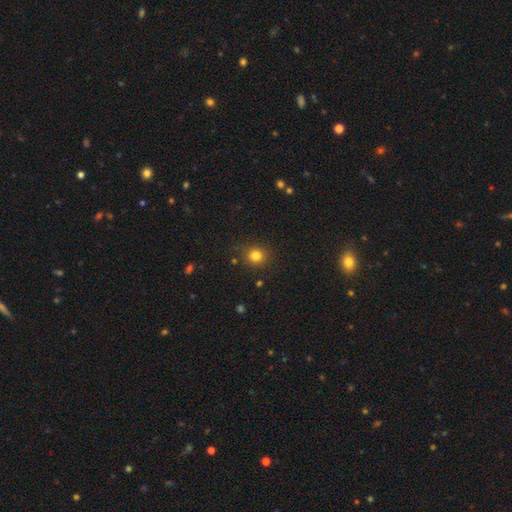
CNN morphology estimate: Overall: smooth (81%). How rounded: round (89%). Merging: none (86%).